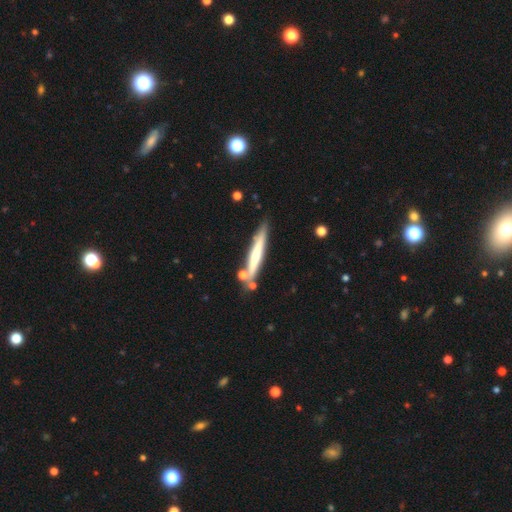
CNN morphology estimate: Smooth or featured? smooth (49%)
Merging? none (73%)